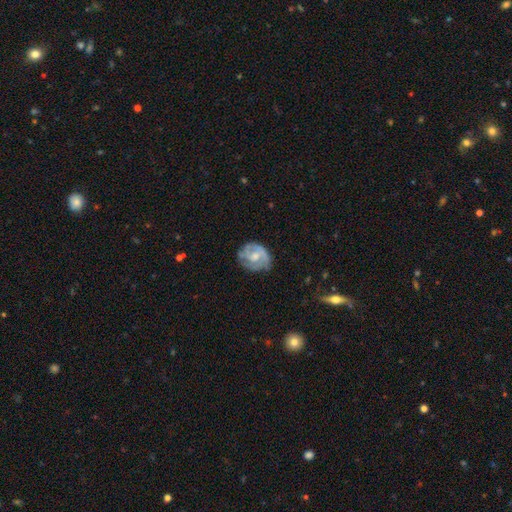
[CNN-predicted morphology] Smooth or featured? featured or disk (69%)
Edge-on disk? no (98%)
Bar? no (63%)
Spiral arms? yes (82%)
Spiral winding? tight (50%)
Spiral arm count? 2 (36%)
Bulge size? moderate (58%)
Merging? none (64%)